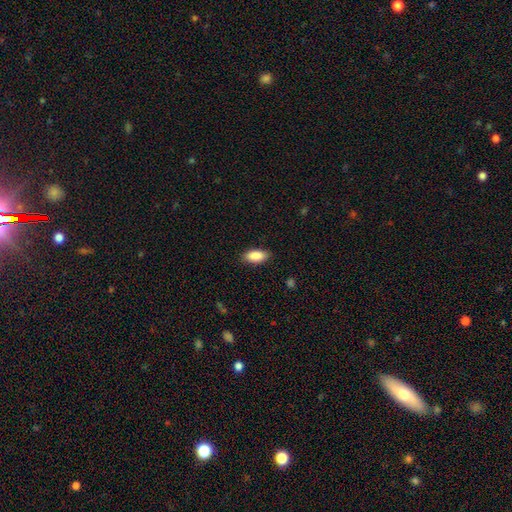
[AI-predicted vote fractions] Smooth or featured: smooth — 90% (star or artifact — 6%)
How rounded: in between — 90% (cigar-shaped — 8%)
Merging: none — 87% (minor disturbance — 10%)